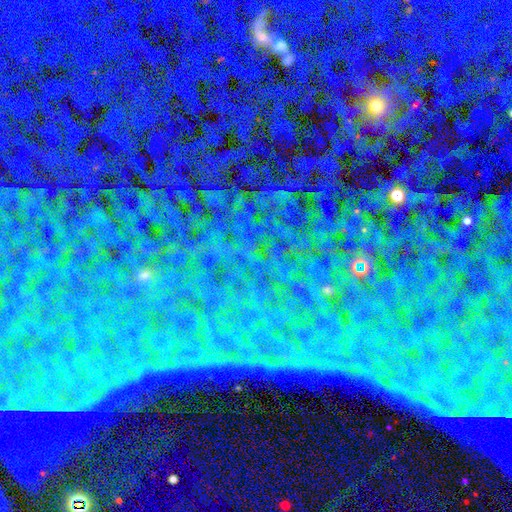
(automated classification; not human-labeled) The model was most divided on "smooth or featured": star or artifact: 86%, featured or disk: 7%, smooth: 7%.